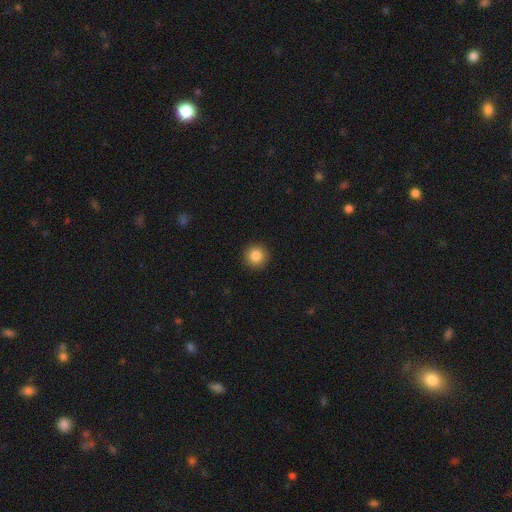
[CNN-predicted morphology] smooth-or-featured: smooth: 85% | star or artifact: 10% | featured or disk: 5%
  how-rounded: round: 95% | in between: 4% | cigar-shaped: 1%
  merging: none: 93% | minor disturbance: 5% | major disturbance: 2% | merger: 1%